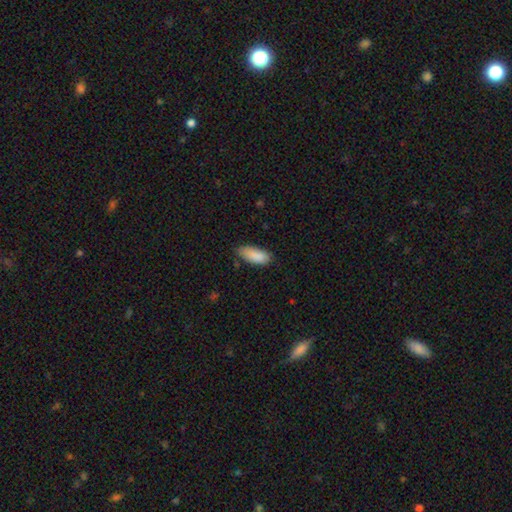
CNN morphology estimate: Smooth or featured?
  - smooth: 89% *
  - star or artifact: 6%
  - featured or disk: 5%
How rounded?
  - in between: 82% *
  - cigar-shaped: 16%
  - round: 2%
Merging?
  - none: 72% *
  - minor disturbance: 23%
  - major disturbance: 3%
  - merger: 2%